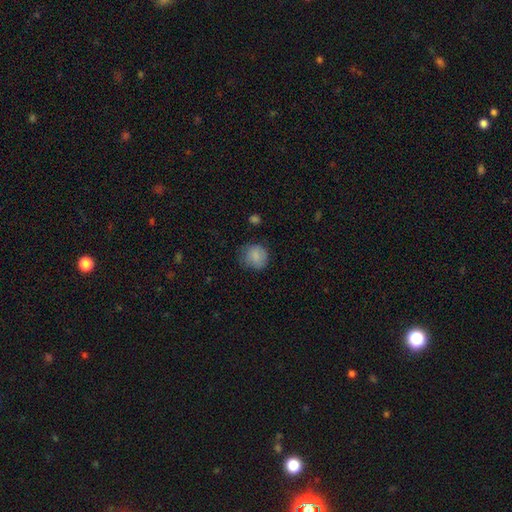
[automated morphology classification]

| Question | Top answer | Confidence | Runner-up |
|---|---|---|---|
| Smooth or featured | smooth | 85% | star or artifact (9%) |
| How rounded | round | 84% | in between (15%) |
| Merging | none | 69% | minor disturbance (23%) |